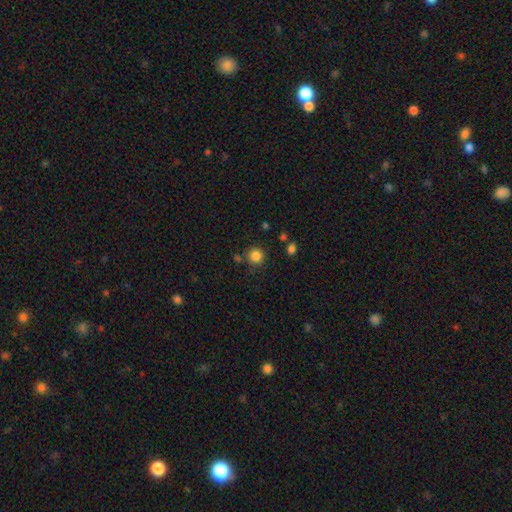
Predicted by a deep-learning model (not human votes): Morphology: type=smooth (84%); roundness=round (93%); merging=none (82%).